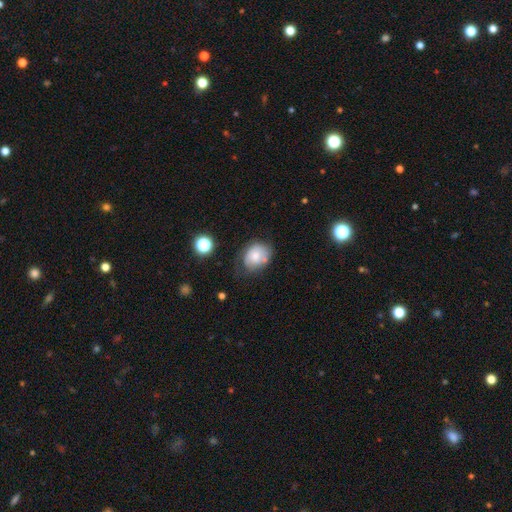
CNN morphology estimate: Q: Smooth or featured?
A: smooth (68%); runner-up: featured or disk (22%)
Q: How rounded?
A: round (53%); runner-up: in between (46%)
Q: Merging?
A: none (54%); runner-up: minor disturbance (30%)